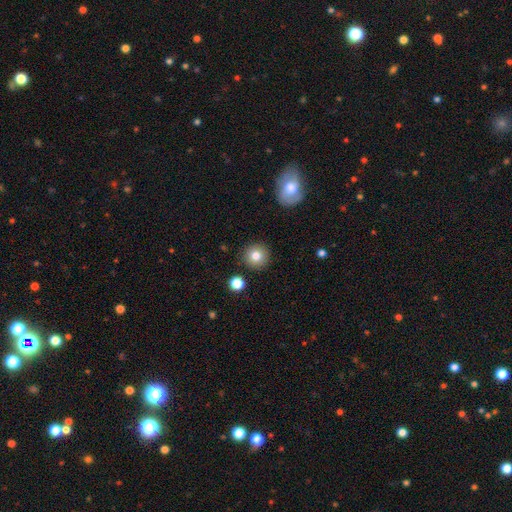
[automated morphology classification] Smooth or featured?
  - smooth: 81% *
  - star or artifact: 10%
  - featured or disk: 9%
How rounded?
  - round: 94% *
  - in between: 5%
  - cigar-shaped: 1%
Merging?
  - none: 90% *
  - minor disturbance: 6%
  - major disturbance: 2%
  - merger: 2%